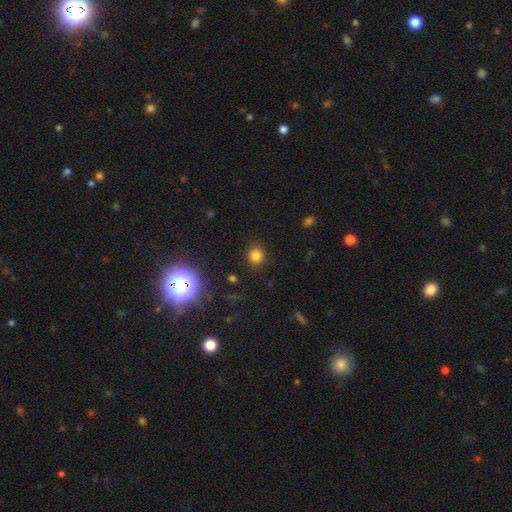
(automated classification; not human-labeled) smooth-or-featured: smooth: 79% | star or artifact: 16% | featured or disk: 5%
  how-rounded: round: 86% | in between: 13% | cigar-shaped: 1%
  merging: none: 88% | minor disturbance: 8% | major disturbance: 3% | merger: 2%